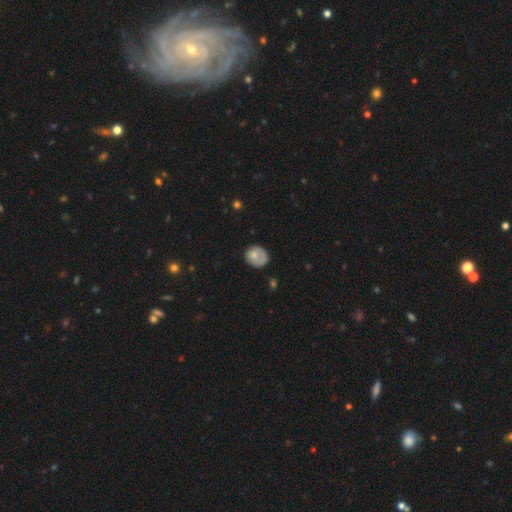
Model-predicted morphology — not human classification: A smooth galaxy with no disk features (68%) that is round (73%). Merging: none (56%).